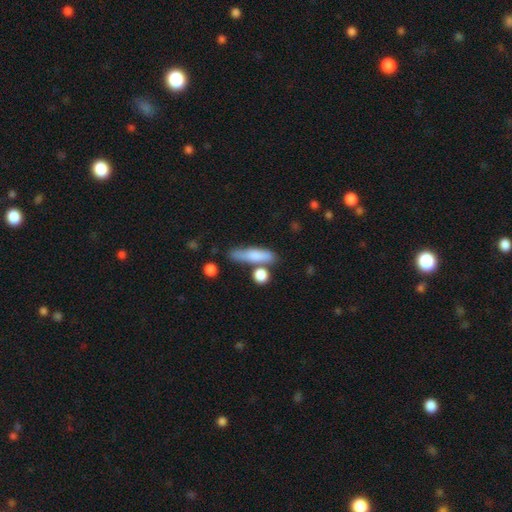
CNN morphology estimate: This appears to be a smooth galaxy with no disk features (74%) that is cigar-shaped (67%). Merging: none (62%).